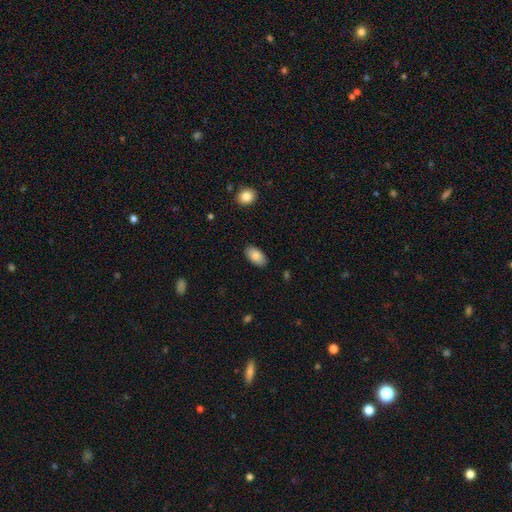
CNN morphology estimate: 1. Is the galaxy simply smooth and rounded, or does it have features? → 87% smooth, 7% star or artifact, 7% featured or disk.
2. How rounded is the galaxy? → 95% in between, 3% round, 2% cigar-shaped.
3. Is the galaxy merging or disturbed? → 87% none, 10% minor disturbance, 2% major disturbance, 1% merger.